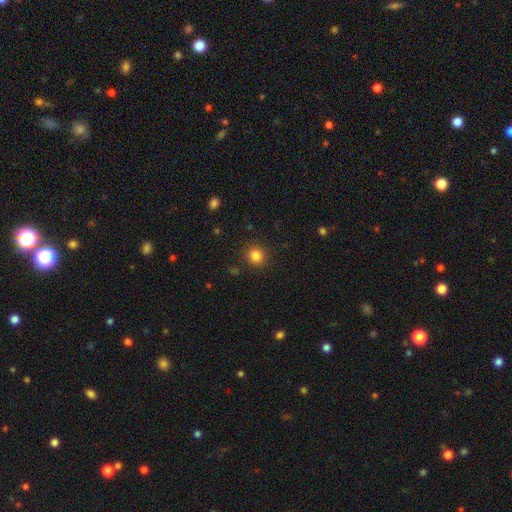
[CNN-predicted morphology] smooth-or-featured: smooth: 83% | star or artifact: 12% | featured or disk: 5%
  how-rounded: round: 90% | in between: 9% | cigar-shaped: 1%
  merging: none: 90% | minor disturbance: 6% | major disturbance: 2% | merger: 1%